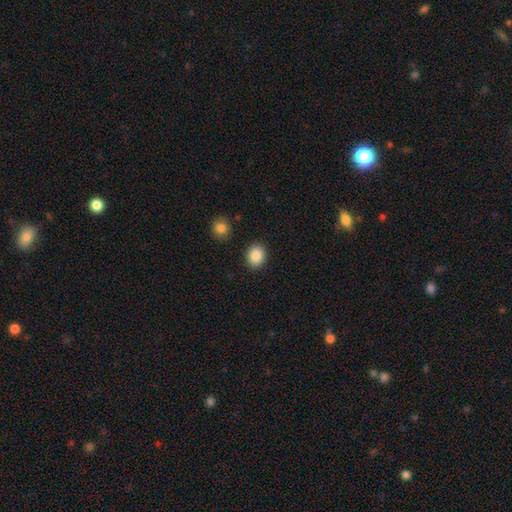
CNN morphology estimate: A smooth galaxy with no disk features (87%) that is round (50%). Merging: none (89%).